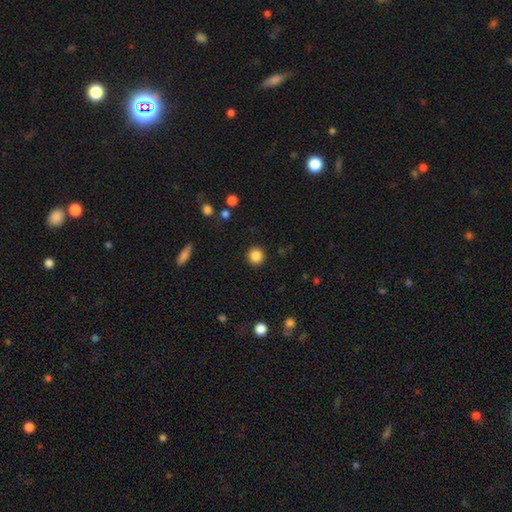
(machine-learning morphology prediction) smooth_or_featured: smooth (p=0.86) [alt: star or artifact p=0.10]
how_rounded: round (p=0.94) [alt: in between p=0.05]
merging: none (p=0.92) [alt: minor disturbance p=0.05]